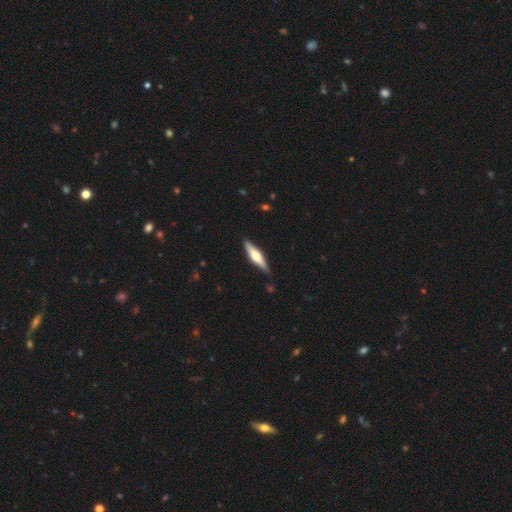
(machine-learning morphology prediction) A featured or disk galaxy (50%). Merging: none (86%).